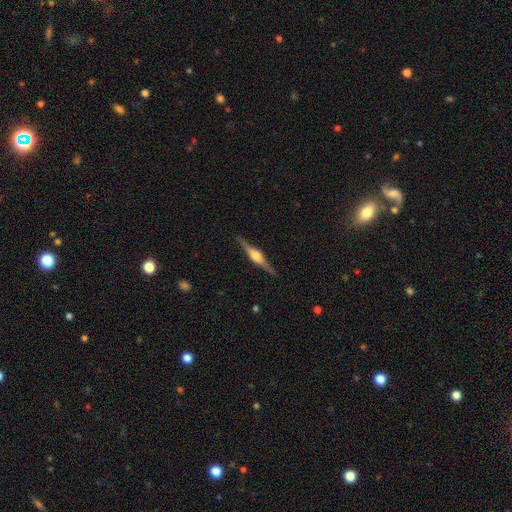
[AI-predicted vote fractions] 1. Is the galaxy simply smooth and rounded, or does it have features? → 82% featured or disk, 13% smooth, 5% star or artifact.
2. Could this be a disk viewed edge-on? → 98% yes, 2% no.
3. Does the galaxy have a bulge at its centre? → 88% rounded, 10% boxy, 2% none.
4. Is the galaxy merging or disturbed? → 90% none, 7% minor disturbance, 2% major disturbance, 1% merger.